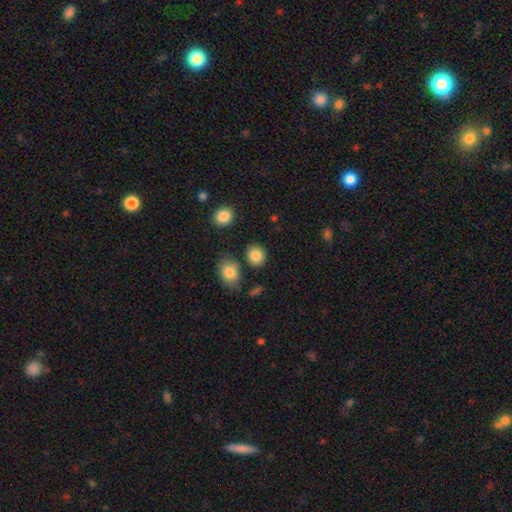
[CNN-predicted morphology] Smooth or featured: smooth — 85% (star or artifact — 9%)
How rounded: round — 66% (in between — 32%)
Merging: none — 82% (minor disturbance — 10%)